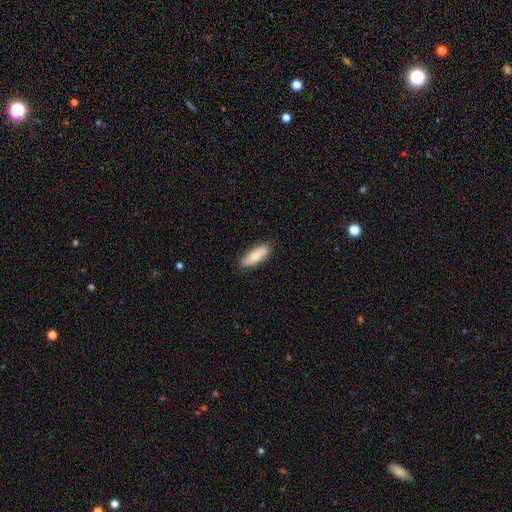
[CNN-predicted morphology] This appears to be a smooth galaxy with no disk features (74%) that is in between round and cigar-shaped (66%). Merging: none (84%).